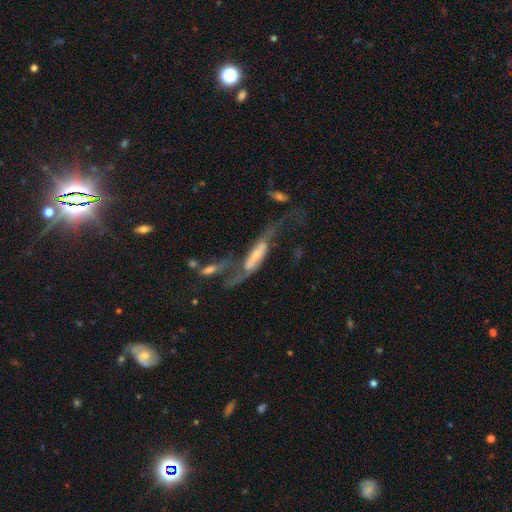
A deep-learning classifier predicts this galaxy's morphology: Q: Smooth or featured?
A: featured or disk (63%); runner-up: smooth (28%)
Q: Edge-on disk?
A: no (65%); runner-up: yes (35%)
Q: Merging?
A: major disturbance (38%); runner-up: merger (32%)